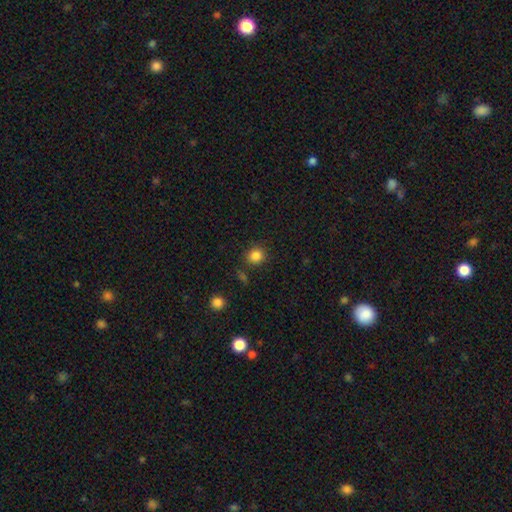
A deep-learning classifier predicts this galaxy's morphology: smooth-or-featured: smooth: 85% | star or artifact: 11% | featured or disk: 4%
  how-rounded: round: 82% | in between: 17% | cigar-shaped: 1%
  merging: none: 83% | minor disturbance: 10% | merger: 4% | major disturbance: 3%